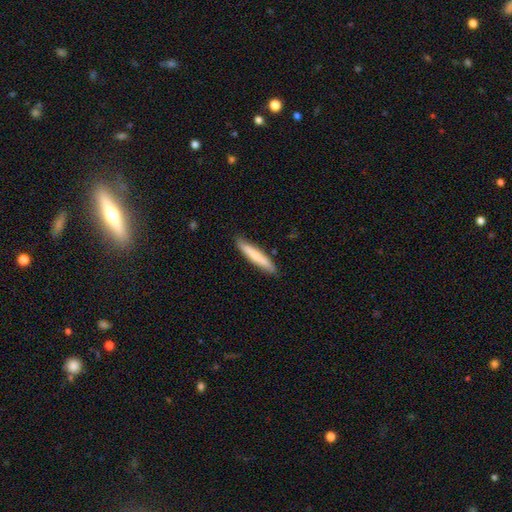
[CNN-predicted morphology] A smooth galaxy with no disk features (71%) that is cigar-shaped (92%).

Vote fractions:
- Smooth or featured? smooth: 71% / featured or disk: 24% / star or artifact: 5%
- How rounded? cigar-shaped: 92% / in between: 7% / round: 1%
- Merging? none: 87% / minor disturbance: 10% / major disturbance: 2% / merger: 1%